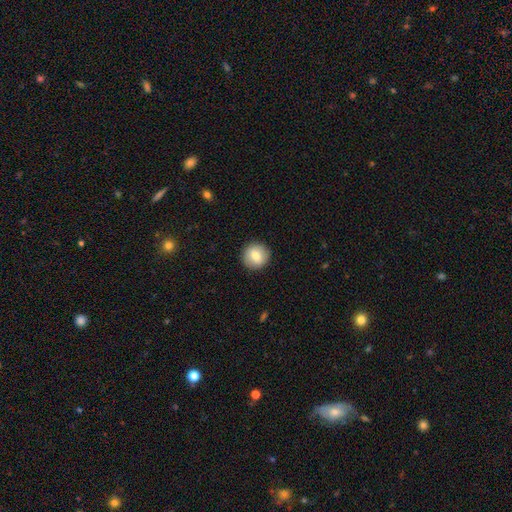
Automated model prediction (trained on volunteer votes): Smooth or featured?
  - smooth: 76% *
  - featured or disk: 16%
  - star or artifact: 8%
How rounded?
  - round: 93% *
  - in between: 6%
  - cigar-shaped: 1%
Merging?
  - none: 91% *
  - minor disturbance: 6%
  - major disturbance: 2%
  - merger: 1%